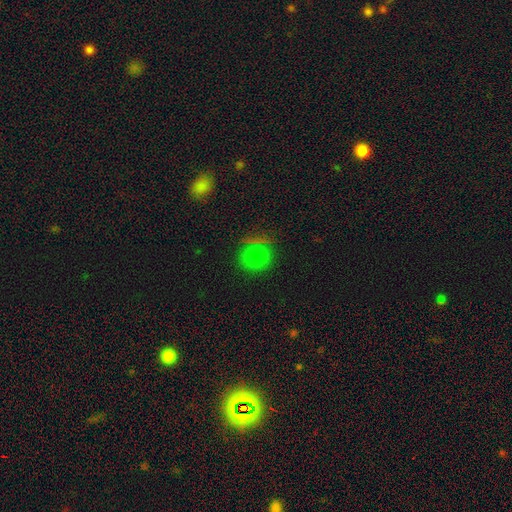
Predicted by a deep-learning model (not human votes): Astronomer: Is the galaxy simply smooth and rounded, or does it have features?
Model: smooth — 72%.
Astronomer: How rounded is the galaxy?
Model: round — 87%.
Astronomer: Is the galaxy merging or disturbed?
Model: none — 82%.